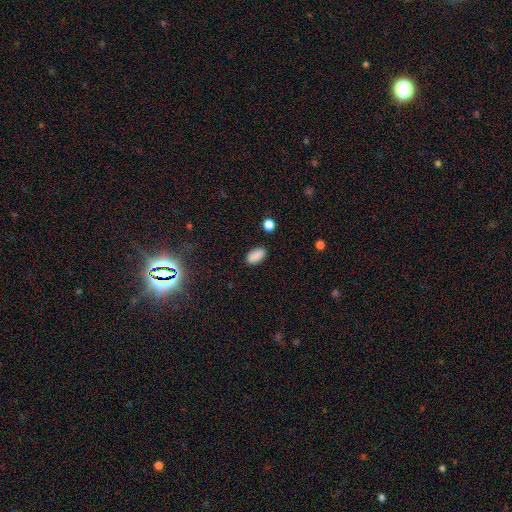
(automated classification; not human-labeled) Q: Smooth or featured?
A: smooth (88%); runner-up: star or artifact (8%)
Q: How rounded?
A: in between (93%); runner-up: round (4%)
Q: Merging?
A: none (83%); runner-up: minor disturbance (11%)